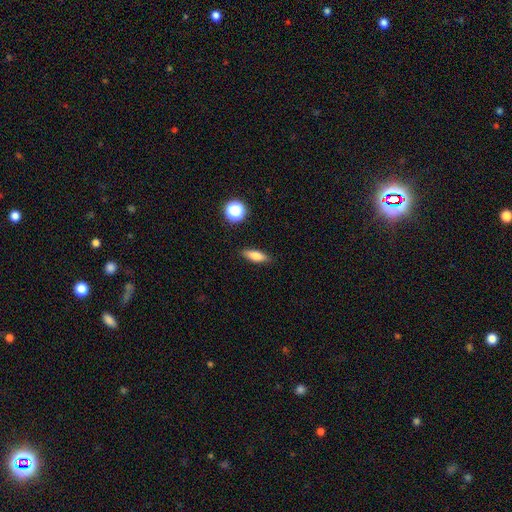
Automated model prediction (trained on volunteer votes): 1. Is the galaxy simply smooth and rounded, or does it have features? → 75% smooth, 16% featured or disk, 9% star or artifact.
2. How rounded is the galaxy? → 55% in between, 40% cigar-shaped, 5% round.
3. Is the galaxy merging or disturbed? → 86% none, 10% minor disturbance, 2% major disturbance, 1% merger.